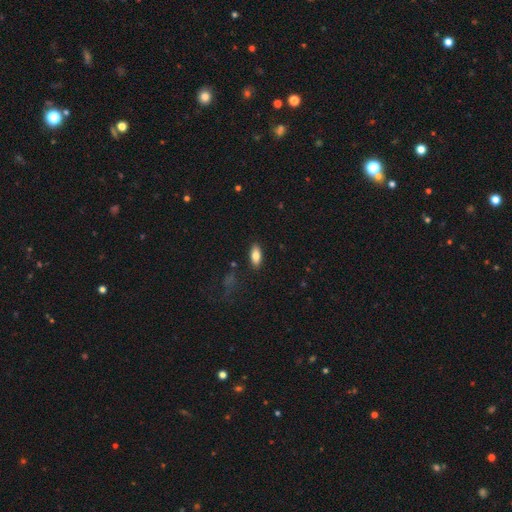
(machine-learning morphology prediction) Overall: smooth (81%). How rounded: in between (88%). Merging: none (87%).